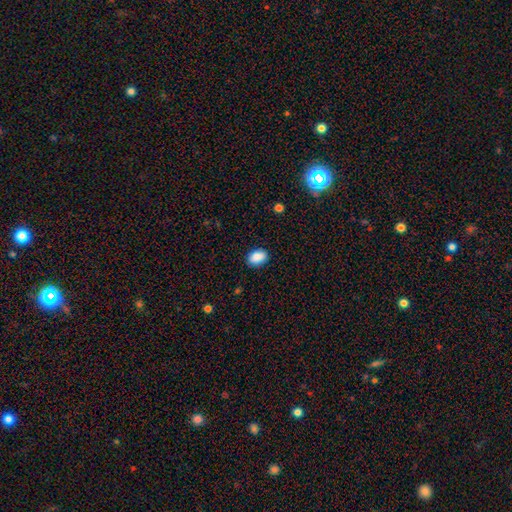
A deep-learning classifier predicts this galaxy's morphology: smooth_or_featured: smooth (p=0.88) [alt: star or artifact p=0.08]
how_rounded: in between (p=0.85) [alt: round p=0.14]
merging: none (p=0.85) [alt: minor disturbance p=0.12]